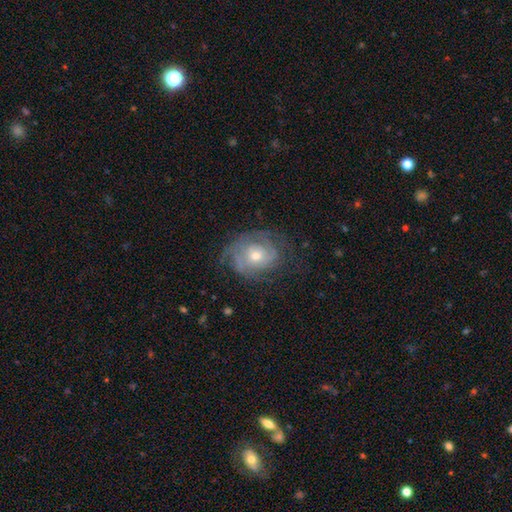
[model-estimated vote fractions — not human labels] A featured or disk galaxy (73%) with no bar (79%), tight (61%) spiral arms (85%) and a moderate central bulge (57%). Merging: none (62%).